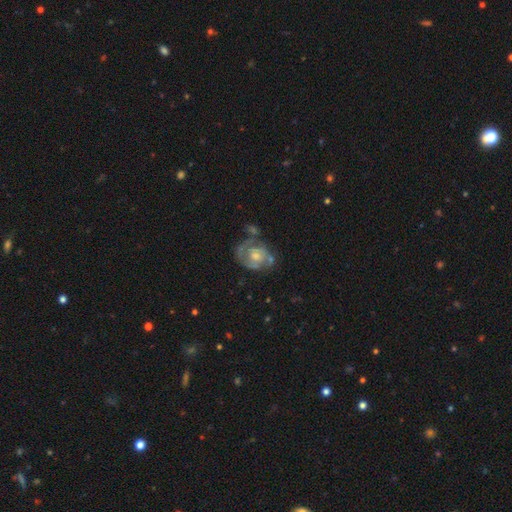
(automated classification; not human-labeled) A featured or disk galaxy (75%) with no bar (75%), 2 (47%) tight (53%) spiral arms (79%) and a moderate central bulge (55%). Merging: none (49%).